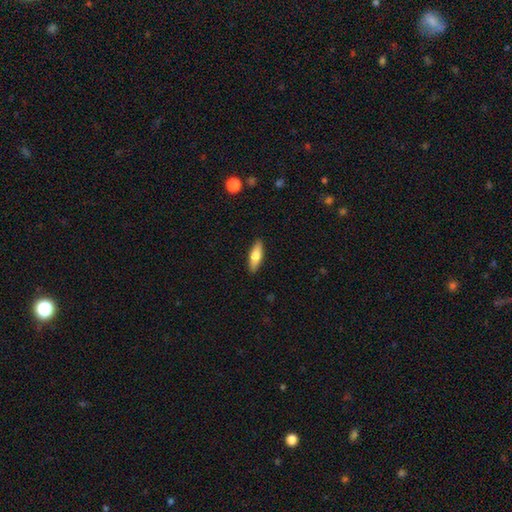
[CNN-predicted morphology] type=smooth (70%); roundness=in between (53%); merging=none (89%).